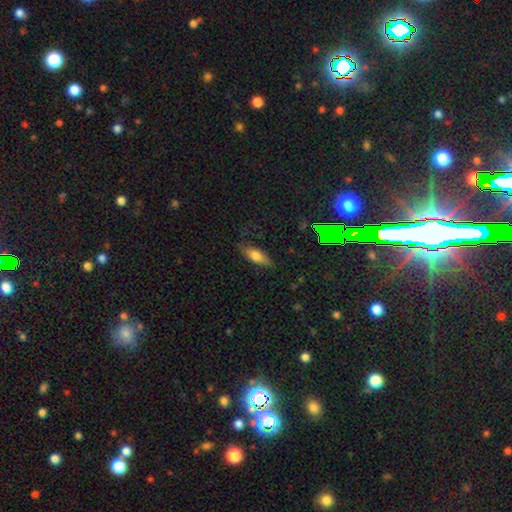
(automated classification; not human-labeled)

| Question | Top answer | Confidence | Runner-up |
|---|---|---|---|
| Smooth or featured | smooth | 70% | featured or disk (22%) |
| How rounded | in between | 71% | cigar-shaped (26%) |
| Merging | none | 71% | minor disturbance (21%) |